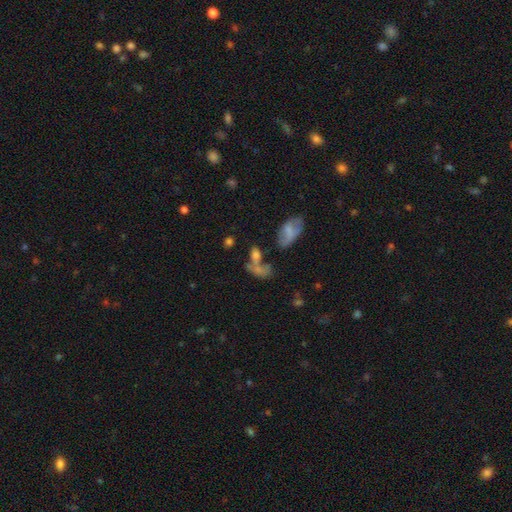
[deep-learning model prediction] smooth-or-featured: smooth: 64% | featured or disk: 20% | star or artifact: 15%
  how-rounded: in between: 76% | round: 14% | cigar-shaped: 10%
  merging: merger: 42% | none: 31% | major disturbance: 15% | minor disturbance: 13%